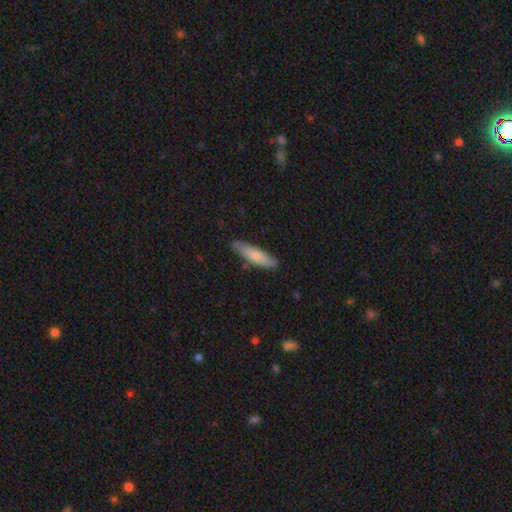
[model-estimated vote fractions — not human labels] A smooth galaxy with no disk features (74%) that is cigar-shaped (70%).

Vote fractions:
- Smooth or featured? smooth: 74% / featured or disk: 21% / star or artifact: 5%
- How rounded? cigar-shaped: 70% / in between: 29% / round: 1%
- Merging? none: 81% / minor disturbance: 15% / major disturbance: 2% / merger: 2%